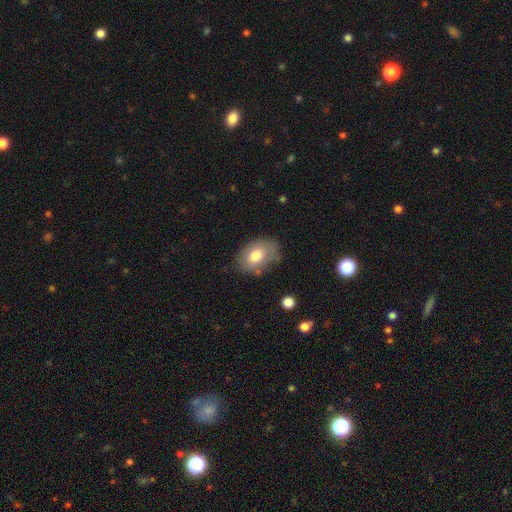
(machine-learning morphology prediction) type=smooth (74%); roundness=in between (85%); merging=none (73%).